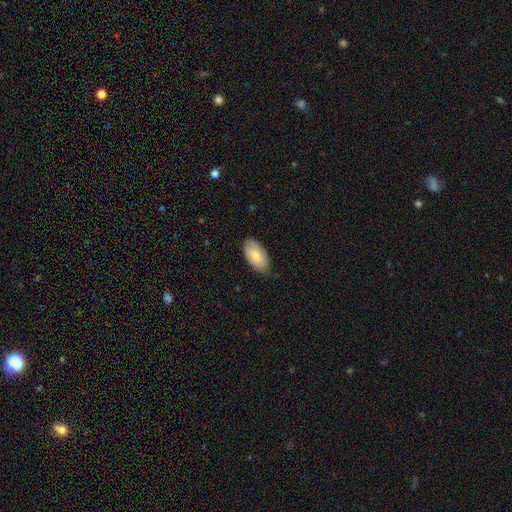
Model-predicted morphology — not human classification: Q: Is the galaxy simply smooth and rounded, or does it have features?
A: smooth — 76%.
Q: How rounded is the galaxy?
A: in between — 95%.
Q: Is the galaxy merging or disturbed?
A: none — 71%.